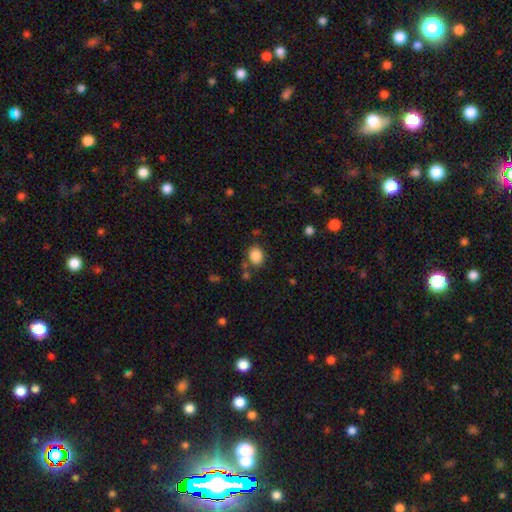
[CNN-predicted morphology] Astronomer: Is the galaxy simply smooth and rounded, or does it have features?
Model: smooth — 86%.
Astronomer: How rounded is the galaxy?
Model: round — 52% (runner-up: in between, 47%).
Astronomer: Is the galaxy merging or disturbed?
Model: none — 76%.